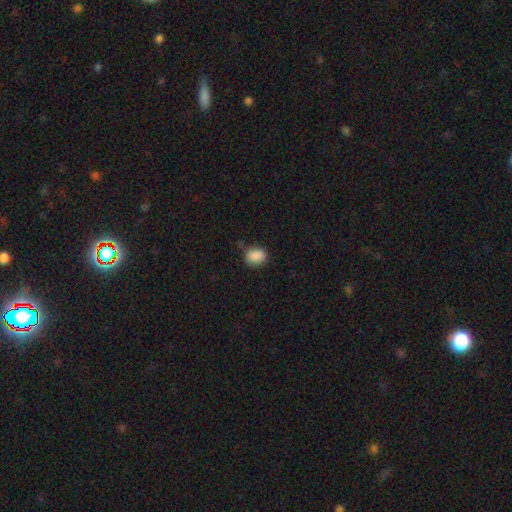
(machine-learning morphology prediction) Overall: smooth (88%). How rounded: in between (58%; round 41%). Merging: none (73%).